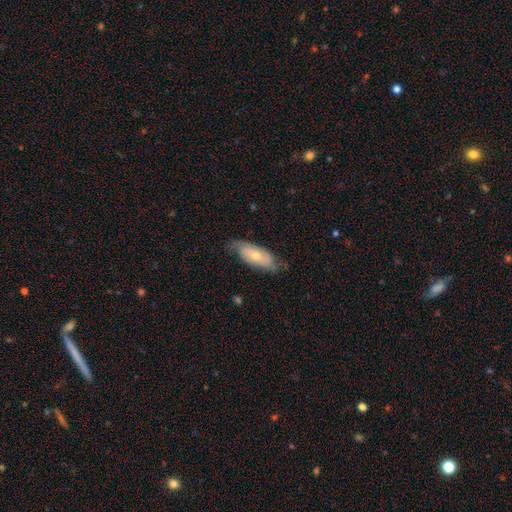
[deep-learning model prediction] This appears to be a smooth galaxy with no disk features (49%). Merging: none (67%).